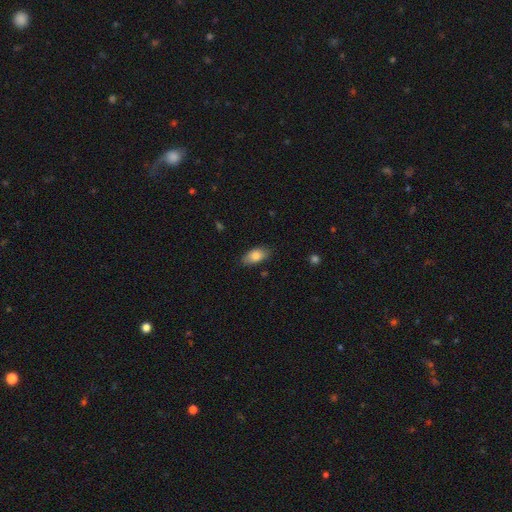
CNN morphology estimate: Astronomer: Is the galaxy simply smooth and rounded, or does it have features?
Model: smooth — 82%.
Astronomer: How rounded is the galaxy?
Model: in between — 91%.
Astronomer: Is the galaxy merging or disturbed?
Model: none — 80%.